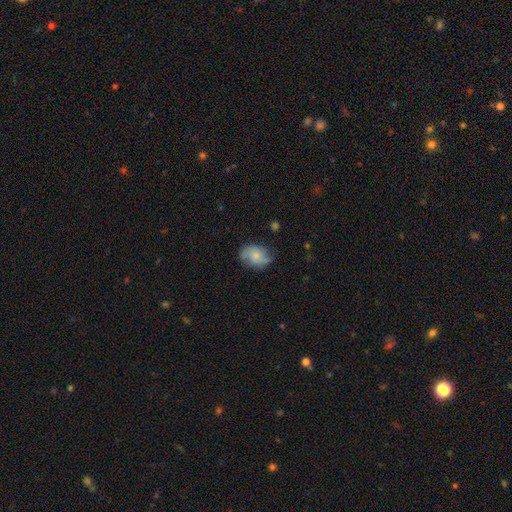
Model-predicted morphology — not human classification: Q: Smooth or featured?
A: smooth (52%); runner-up: featured or disk (40%)
Q: How rounded?
A: in between (66%); runner-up: round (33%)
Q: Merging?
A: none (59%); runner-up: minor disturbance (28%)